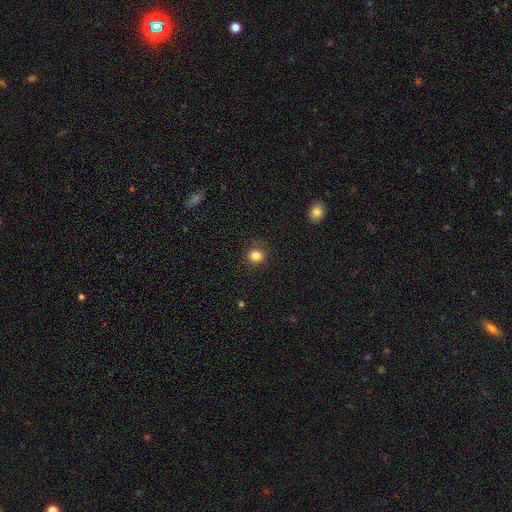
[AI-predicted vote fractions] This is clearly a smooth galaxy (83%). How rounded: likely round (77%). Merging: clearly none (84%).